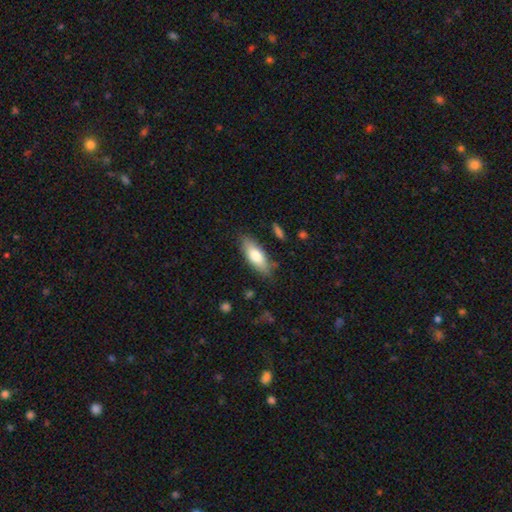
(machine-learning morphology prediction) Q: Smooth or featured?
A: smooth (74%); runner-up: featured or disk (20%)
Q: How rounded?
A: in between (69%); runner-up: cigar-shaped (29%)
Q: Merging?
A: none (82%); runner-up: minor disturbance (13%)